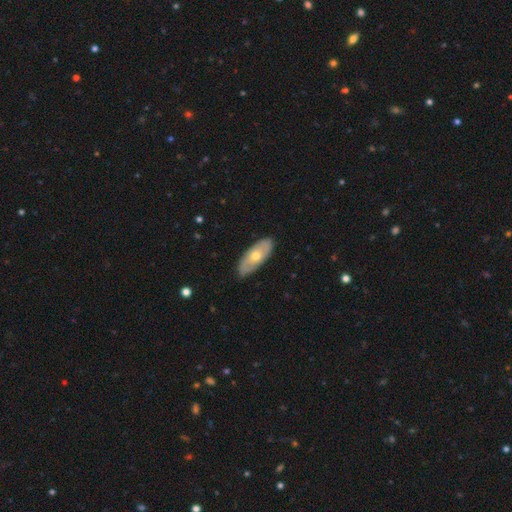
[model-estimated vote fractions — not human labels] Smooth or featured? featured or disk (48%)
Merging? none (84%)